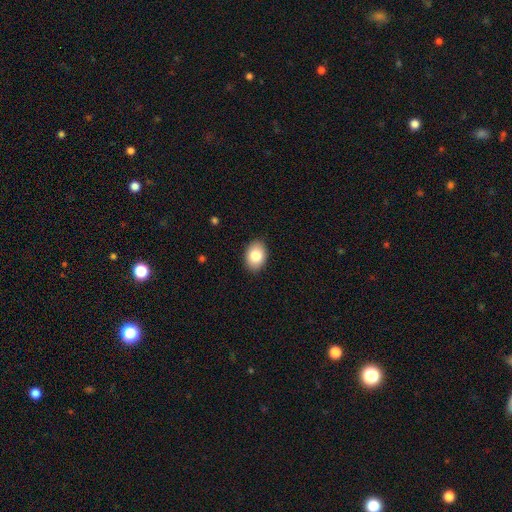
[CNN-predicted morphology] Smooth or featured? Predicted: smooth (p=0.84). How rounded? Predicted: in between (p=0.80). Merging? Predicted: none (p=0.89).